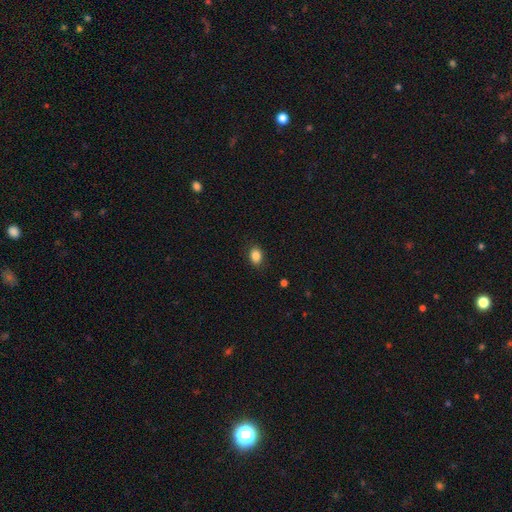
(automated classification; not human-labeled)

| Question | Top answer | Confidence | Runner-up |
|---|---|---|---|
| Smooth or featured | smooth | 87% | star or artifact (9%) |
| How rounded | in between | 68% | round (31%) |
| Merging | none | 87% | minor disturbance (10%) |